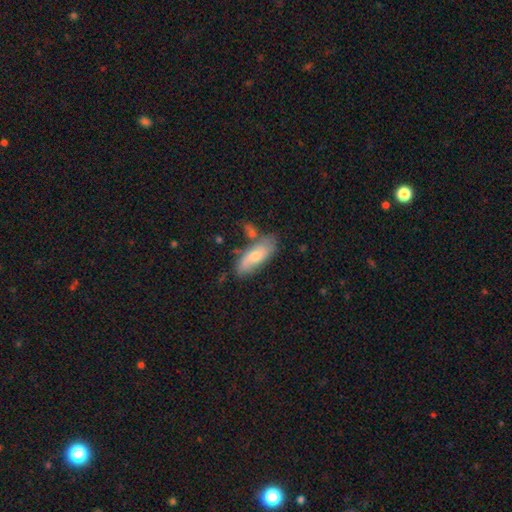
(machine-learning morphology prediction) smooth_or_featured: smooth (p=0.58) [alt: featured or disk p=0.35]
how_rounded: in between (p=0.72) [alt: cigar-shaped p=0.26]
merging: none (p=0.59) [alt: minor disturbance p=0.21]